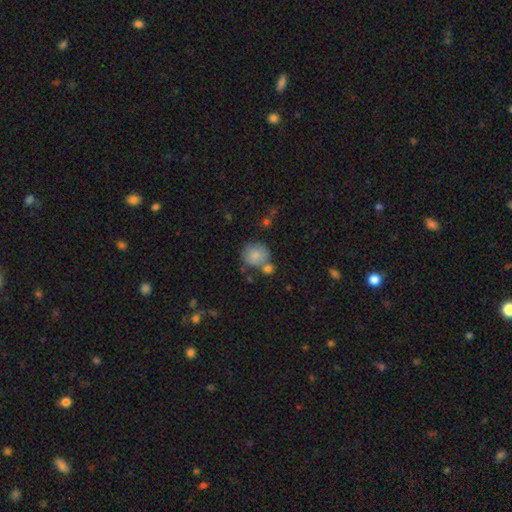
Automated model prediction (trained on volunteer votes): This is likely a smooth galaxy (80%). How rounded: clearly round (83%). Merging: possibly none (55%).